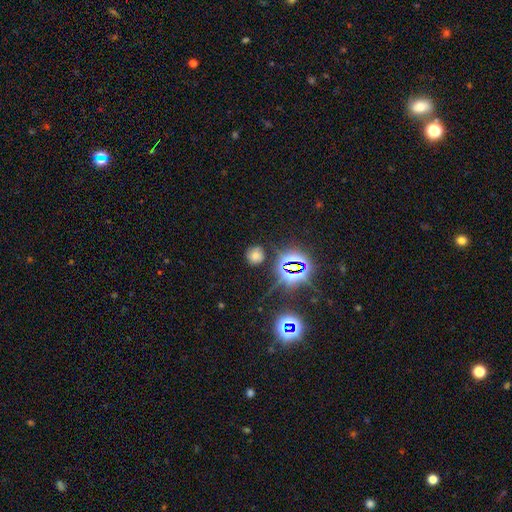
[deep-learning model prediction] Morphology: type=smooth (55%); roundness=round (84%); merging=none (79%).